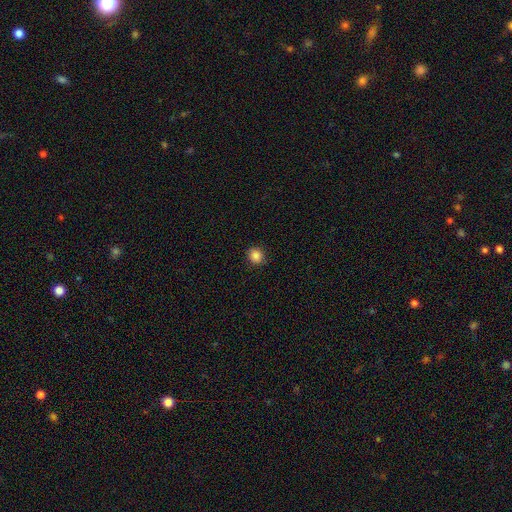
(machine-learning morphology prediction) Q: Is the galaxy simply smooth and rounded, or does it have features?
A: smooth — 86%.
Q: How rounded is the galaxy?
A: round — 85%.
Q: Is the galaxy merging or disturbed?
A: none — 88%.